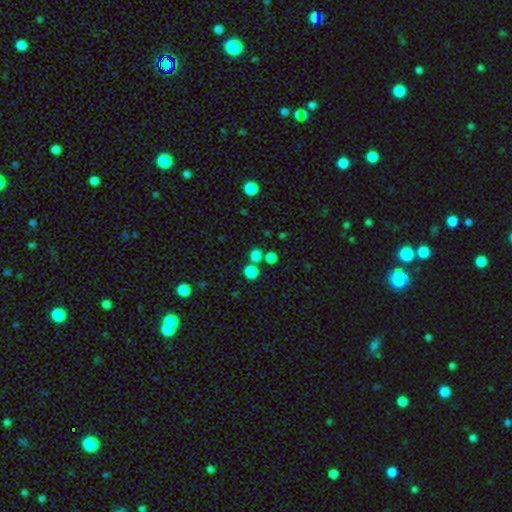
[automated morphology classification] A smooth galaxy with no disk features (78%) that is round (76%). Merging: none (67%).